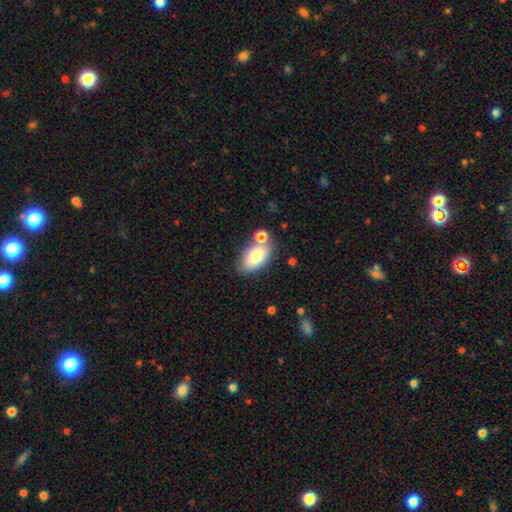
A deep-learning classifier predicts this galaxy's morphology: A smooth galaxy with no disk features (77%) that is in between round and cigar-shaped (91%).

Vote fractions:
- Smooth or featured? smooth: 77% / featured or disk: 15% / star or artifact: 8%
- How rounded? in between: 91% / round: 7% / cigar-shaped: 2%
- Merging? none: 64% / merger: 18% / minor disturbance: 14% / major disturbance: 4%